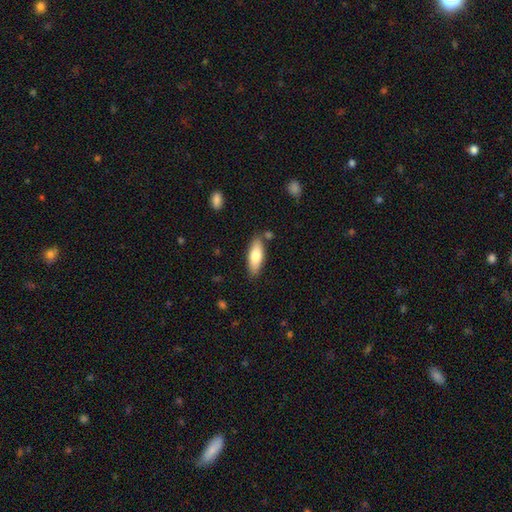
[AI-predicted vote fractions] smooth-or-featured: smooth: 76% | featured or disk: 18% | star or artifact: 6%
  how-rounded: in between: 68% | cigar-shaped: 30% | round: 2%
  merging: none: 82% | minor disturbance: 12% | merger: 4% | major disturbance: 2%